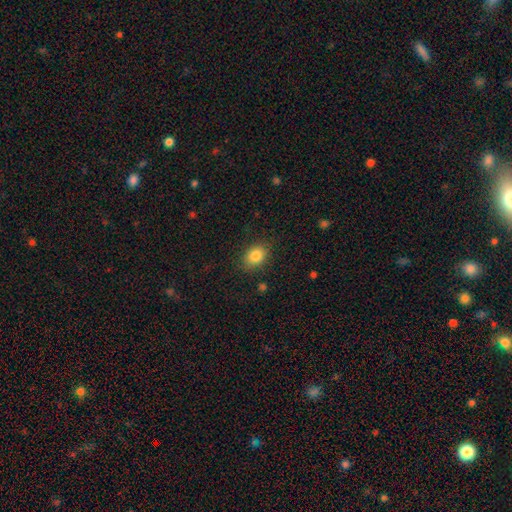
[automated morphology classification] The model was most divided on "how rounded": in between: 64%, round: 35%, cigar-shaped: 1%. More confident: smooth or featured — smooth (84%); merging — none (83%).